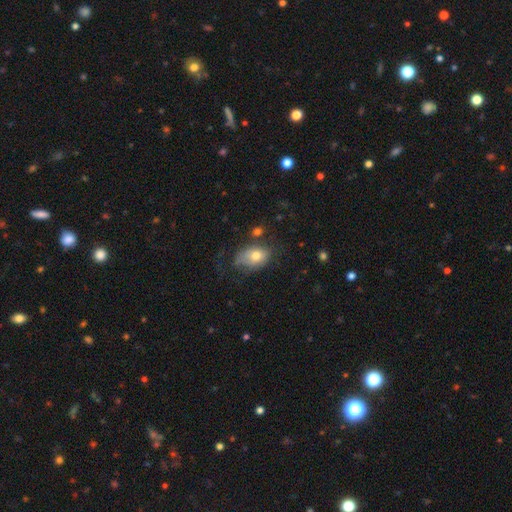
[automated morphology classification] Q: Smooth or featured?
A: smooth (67%); runner-up: featured or disk (25%)
Q: How rounded?
A: in between (84%); runner-up: round (15%)
Q: Merging?
A: none (41%); runner-up: minor disturbance (31%)